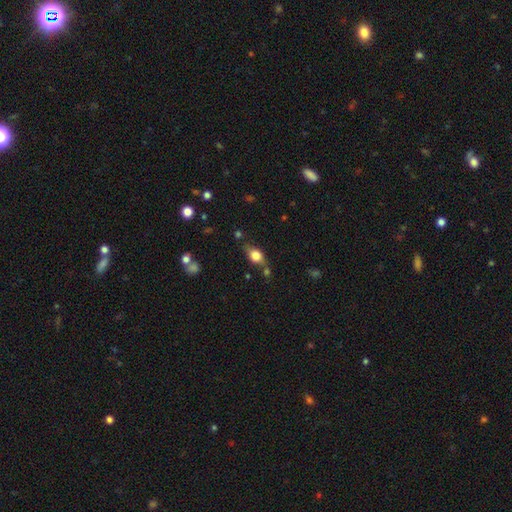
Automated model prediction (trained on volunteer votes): Smooth or featured? smooth (74%)
How rounded? in between (72%)
Merging? none (65%)